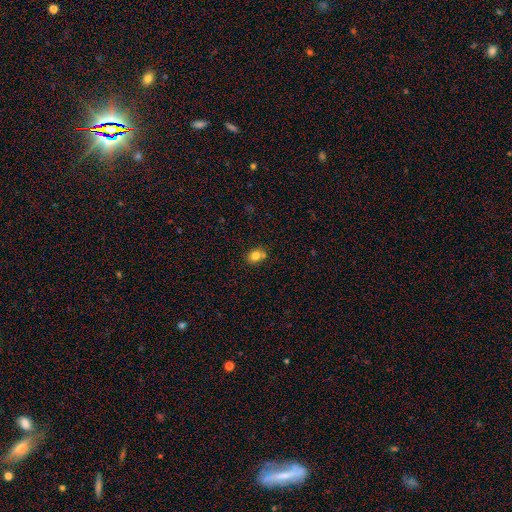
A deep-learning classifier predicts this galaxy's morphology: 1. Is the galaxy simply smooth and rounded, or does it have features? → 80% smooth, 11% star or artifact, 9% featured or disk.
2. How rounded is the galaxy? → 56% round, 43% in between, 1% cigar-shaped.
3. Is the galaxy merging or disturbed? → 65% none, 18% merger, 14% minor disturbance, 3% major disturbance.